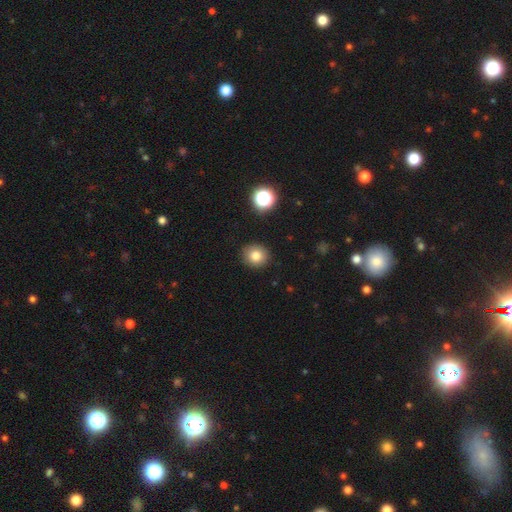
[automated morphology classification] A smooth galaxy with no disk features (80%) that is round (88%). Merging: none (90%).